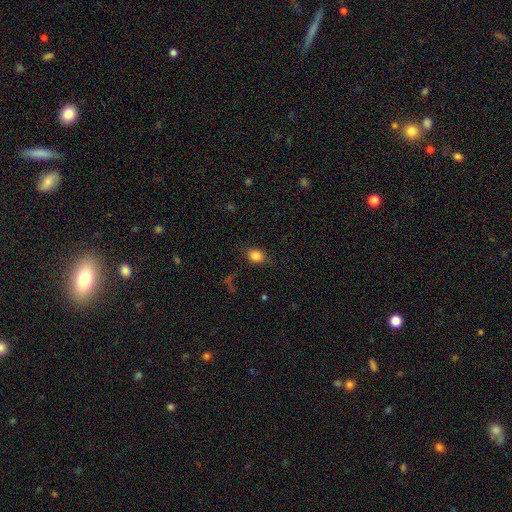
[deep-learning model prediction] smooth-or-featured: smooth: 83% | star or artifact: 10% | featured or disk: 7%
  how-rounded: in between: 51% | round: 48% | cigar-shaped: 2%
  merging: none: 79% | minor disturbance: 14% | major disturbance: 5% | merger: 2%